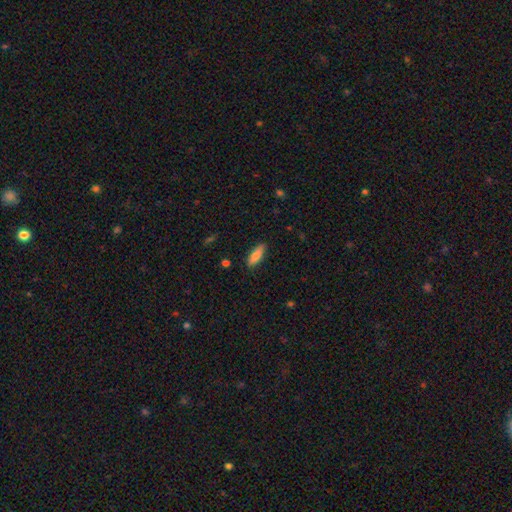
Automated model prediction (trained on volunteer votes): A smooth galaxy with no disk features (81%) that is in between round and cigar-shaped (54%). Merging: none (85%).